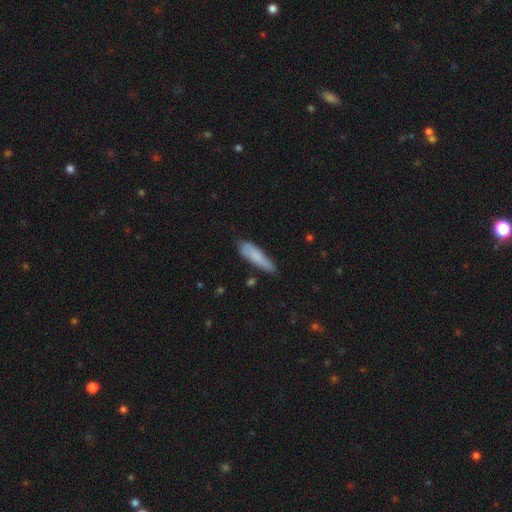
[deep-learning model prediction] Smooth or featured? smooth (78%)
How rounded? cigar-shaped (69%)
Merging? none (66%)